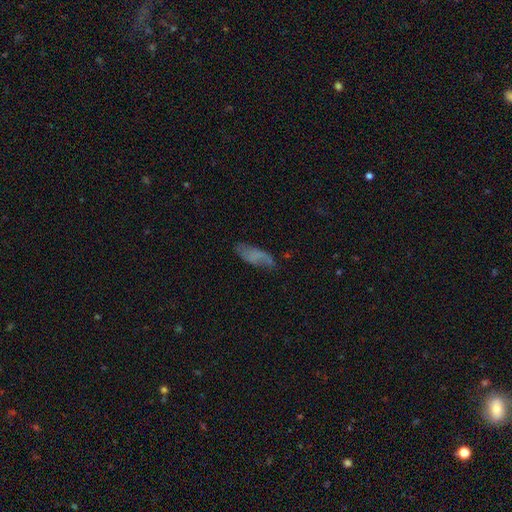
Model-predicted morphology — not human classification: Smooth or featured? Predicted: smooth (p=0.55). How rounded? Predicted: in between (p=0.70). Merging? Predicted: none (p=0.57).